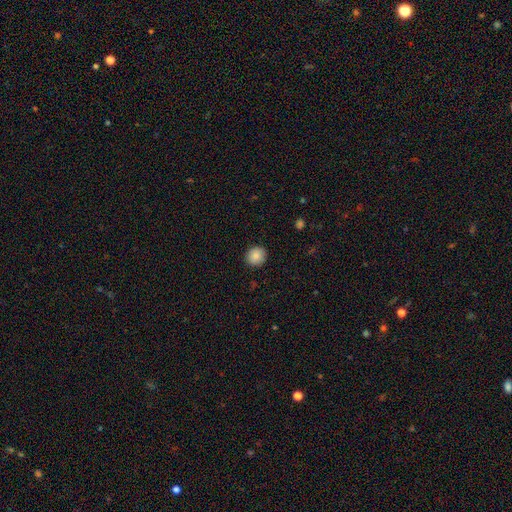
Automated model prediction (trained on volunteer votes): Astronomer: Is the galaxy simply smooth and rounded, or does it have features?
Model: smooth — 88%.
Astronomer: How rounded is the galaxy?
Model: round — 86%.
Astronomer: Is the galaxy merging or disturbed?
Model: none — 91%.